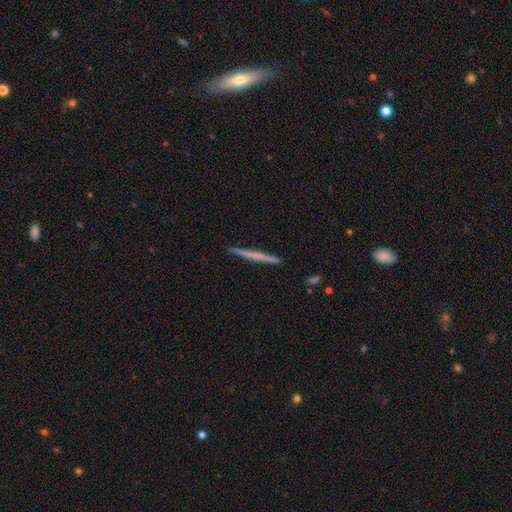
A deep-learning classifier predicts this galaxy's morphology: Smooth or featured: featured or disk — 47% (tied with smooth — 47%)
Merging: none — 92% (minor disturbance — 5%)